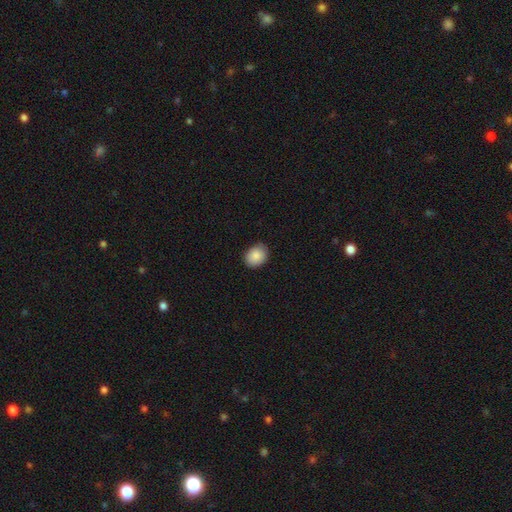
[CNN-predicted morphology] Smooth or featured? smooth (88%)
How rounded? round (55%)
Merging? none (83%)